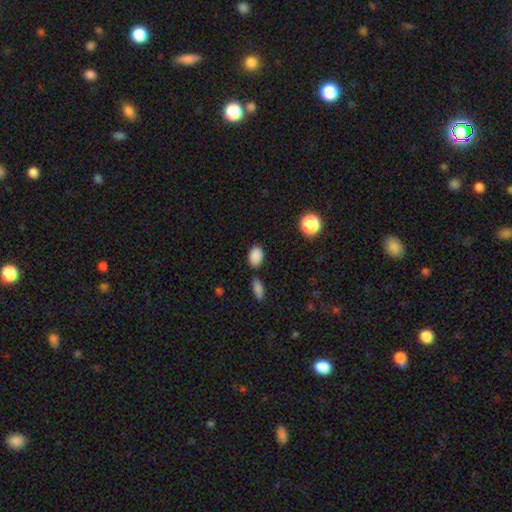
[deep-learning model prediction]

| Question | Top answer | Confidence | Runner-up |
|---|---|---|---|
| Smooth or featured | smooth | 86% | star or artifact (10%) |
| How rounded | in between | 83% | round (16%) |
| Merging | none | 70% | minor disturbance (16%) |